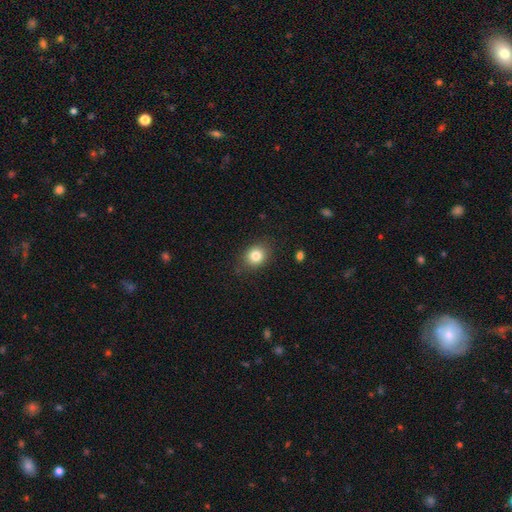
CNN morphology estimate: Smooth or featured?
  - smooth: 82% *
  - star or artifact: 11%
  - featured or disk: 7%
How rounded?
  - round: 60% *
  - in between: 39%
  - cigar-shaped: 1%
Merging?
  - none: 84% *
  - minor disturbance: 12%
  - major disturbance: 3%
  - merger: 1%